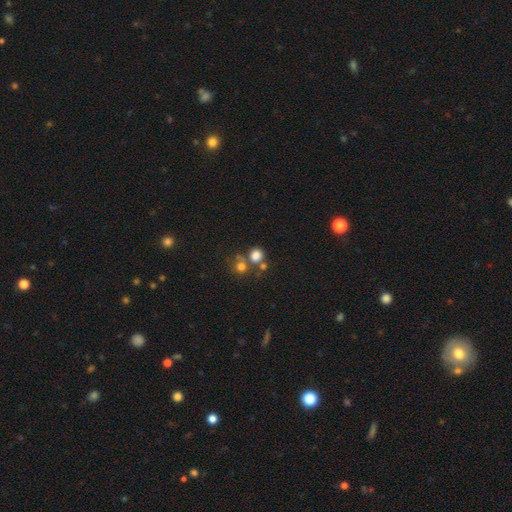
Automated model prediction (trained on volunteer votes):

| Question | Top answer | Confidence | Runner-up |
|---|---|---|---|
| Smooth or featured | smooth | 77% | star or artifact (15%) |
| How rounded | round | 85% | in between (14%) |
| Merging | none | 55% | merger (30%) |